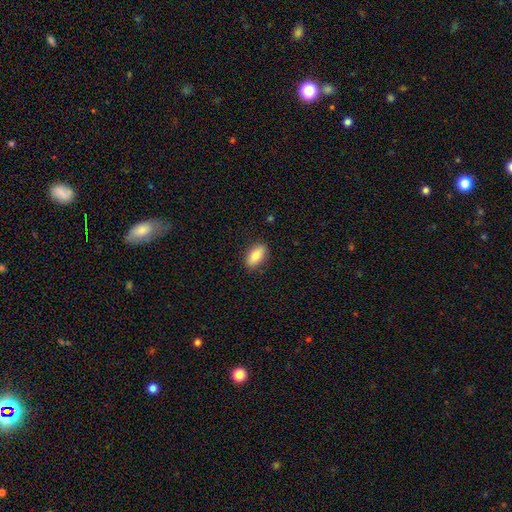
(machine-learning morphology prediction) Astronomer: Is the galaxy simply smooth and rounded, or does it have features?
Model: smooth — 88%.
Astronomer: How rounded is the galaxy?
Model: in between — 90%.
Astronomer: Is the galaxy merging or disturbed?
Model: none — 87%.